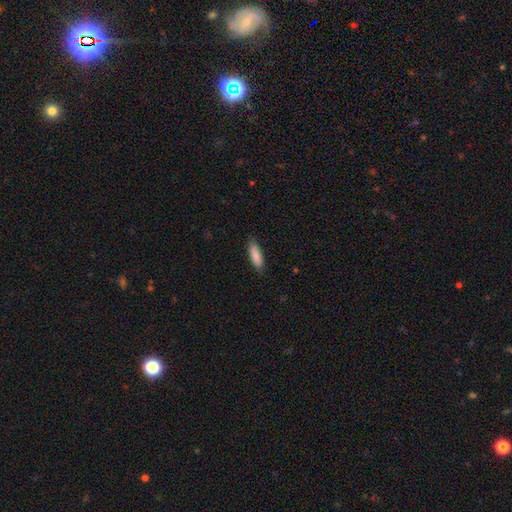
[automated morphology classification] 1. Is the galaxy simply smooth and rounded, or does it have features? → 88% smooth, 7% featured or disk, 6% star or artifact.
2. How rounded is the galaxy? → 50% cigar-shaped, 48% in between, 1% round.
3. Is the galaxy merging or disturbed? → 85% none, 12% minor disturbance, 2% major disturbance, 1% merger.